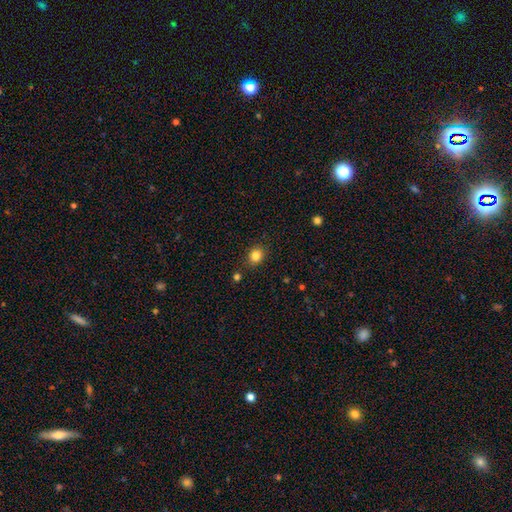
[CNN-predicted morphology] This appears to be a smooth galaxy with no disk features (83%) that is round (66%). Merging: none (86%).